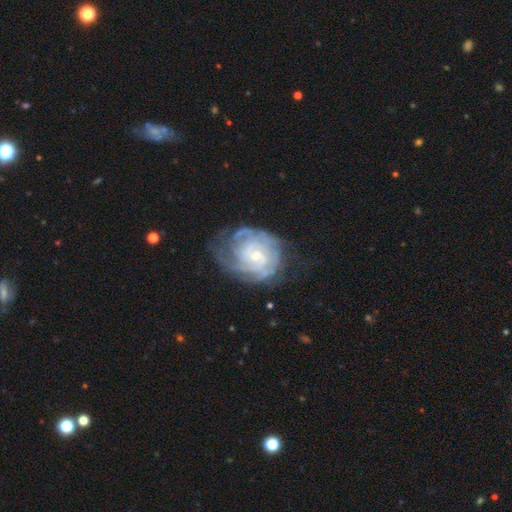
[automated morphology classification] The model was most divided on "bulge size": small: 63%, moderate: 30%, none: 4%, large: 3%, dominant: 1%. Remaining: edge-on disk — no (97%); spiral arms — yes (90%); smooth or featured — featured or disk (80%); bar — no (69%); spiral winding — tight (66%); merging — none (59%); spiral arm count — can't tell (48%).